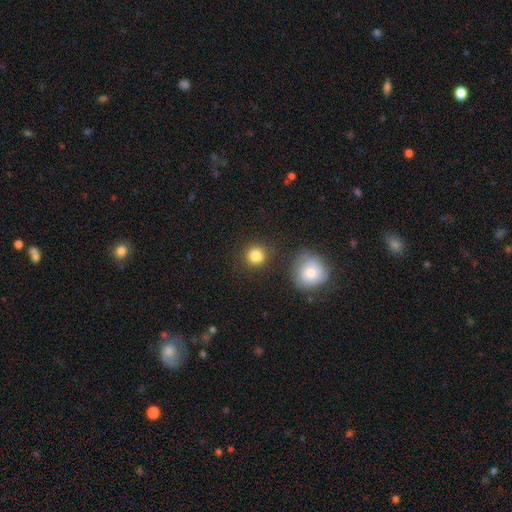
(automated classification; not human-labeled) This is clearly a smooth galaxy (84%). How rounded: clearly round (89%). Merging: likely none (80%).